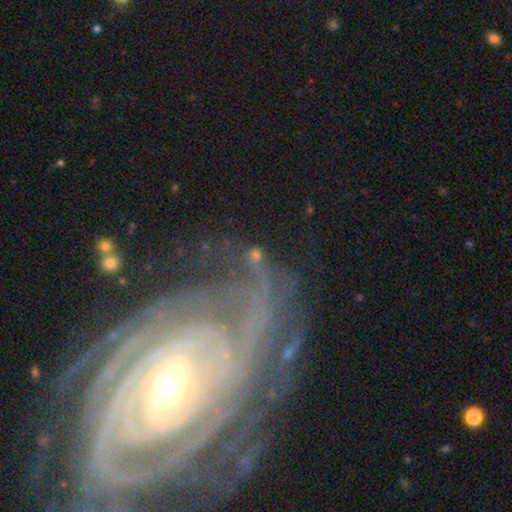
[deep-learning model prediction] featured or disk 36%, smooth 33%, star or artifact 31%. Down the decision tree: merging — none (60%).